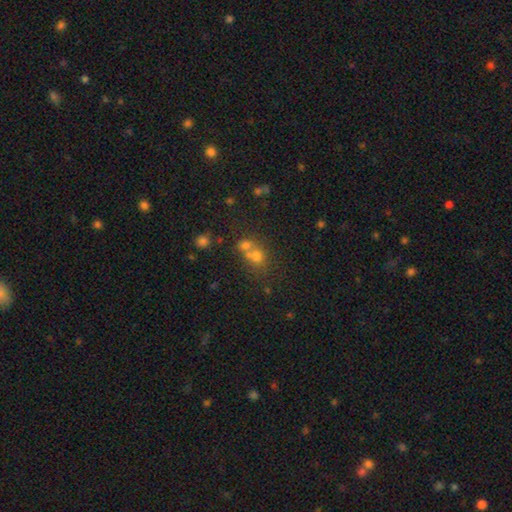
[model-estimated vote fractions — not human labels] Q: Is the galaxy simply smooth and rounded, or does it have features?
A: smooth — 64%.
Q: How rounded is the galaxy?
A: round — 77%.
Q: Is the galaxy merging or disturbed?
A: merger — 55%.